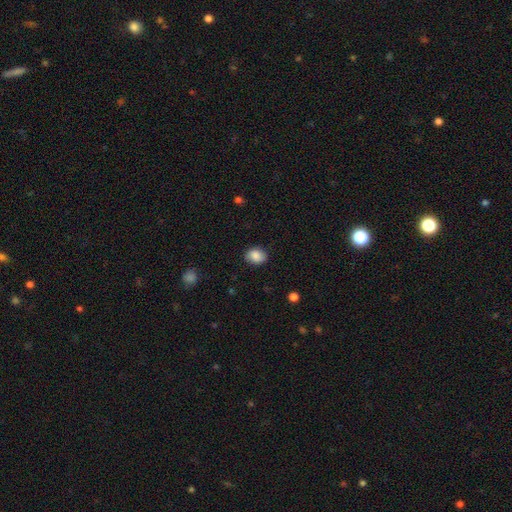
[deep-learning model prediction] Smooth or featured?
  - smooth: 85% *
  - star or artifact: 8%
  - featured or disk: 7%
How rounded?
  - in between: 61% *
  - round: 38%
  - cigar-shaped: 1%
Merging?
  - none: 85% *
  - minor disturbance: 12%
  - major disturbance: 3%
  - merger: 1%